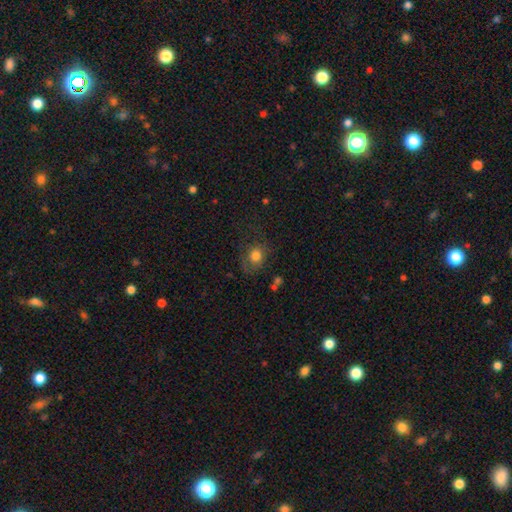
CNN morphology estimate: The model was most divided on "how rounded": round: 63%, in between: 36%, cigar-shaped: 1%. More confident: smooth or featured — smooth (74%); merging — none (61%).